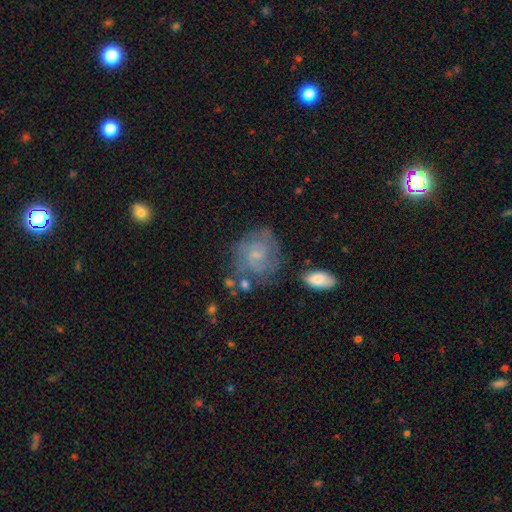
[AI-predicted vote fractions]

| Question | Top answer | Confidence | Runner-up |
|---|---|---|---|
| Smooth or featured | featured or disk | 57% | smooth (34%) |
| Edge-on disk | no | 97% | yes (3%) |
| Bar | no | 64% | weak (32%) |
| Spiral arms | yes | 77% | no (23%) |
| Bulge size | small | 69% | moderate (18%) |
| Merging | none | 62% | minor disturbance (22%) |